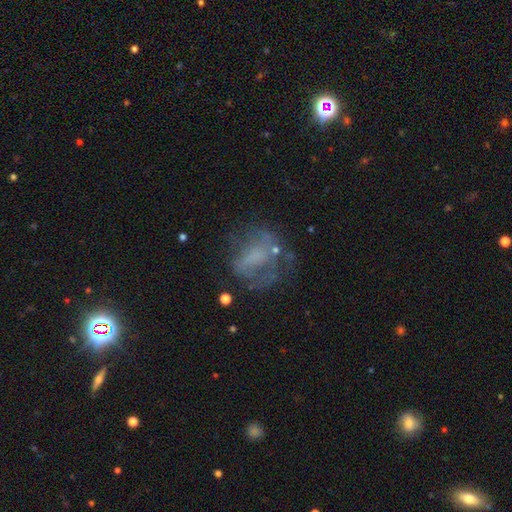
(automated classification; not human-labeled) A featured or disk galaxy (50%).

Vote fractions:
- Smooth or featured? featured or disk: 50% / smooth: 33% / star or artifact: 17%
- Edge-on disk? no: 96% / yes: 4%
- Merging? none: 46% / major disturbance: 29% / minor disturbance: 20% / merger: 5%